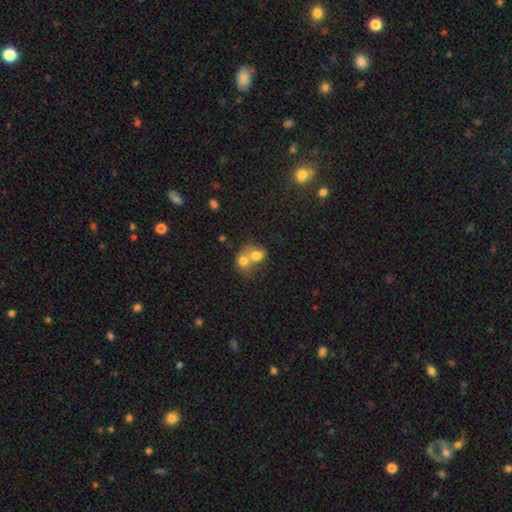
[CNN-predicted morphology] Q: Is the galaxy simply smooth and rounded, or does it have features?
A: smooth — 73%.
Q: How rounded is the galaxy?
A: round — 58%.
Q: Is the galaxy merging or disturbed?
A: merger — 73%.